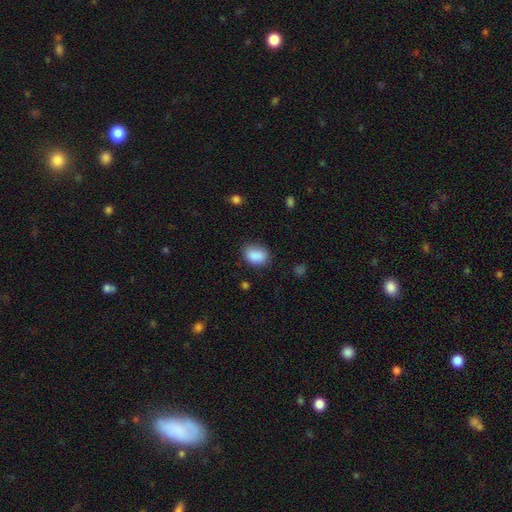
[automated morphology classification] A smooth galaxy with no disk features (88%) that is in between round and cigar-shaped (72%).

Vote fractions:
- Smooth or featured? smooth: 88% / star or artifact: 8% / featured or disk: 4%
- How rounded? in between: 72% / round: 27% / cigar-shaped: 1%
- Merging? none: 75% / minor disturbance: 19% / major disturbance: 4% / merger: 2%